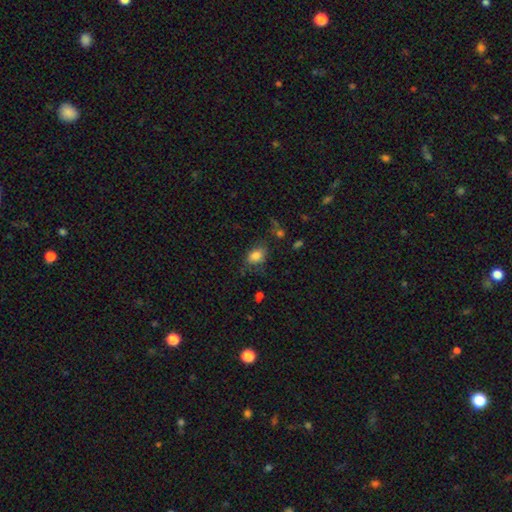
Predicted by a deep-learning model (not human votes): Q: Smooth or featured?
A: smooth (81%); runner-up: star or artifact (10%)
Q: How rounded?
A: in between (77%); runner-up: round (21%)
Q: Merging?
A: none (61%); runner-up: minor disturbance (24%)